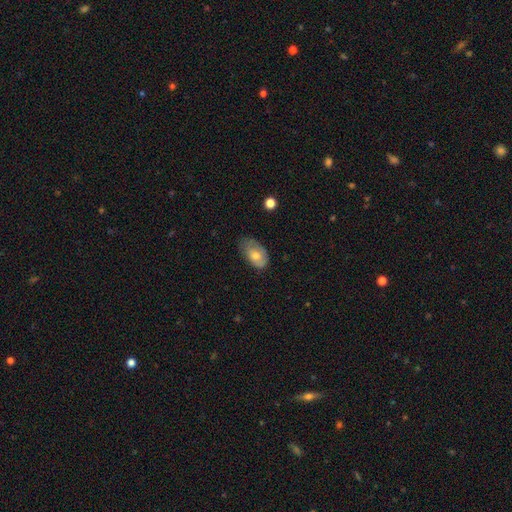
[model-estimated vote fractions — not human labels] This is likely a smooth galaxy (66%). How rounded: clearly in between (90%). Merging: possibly none (48%).